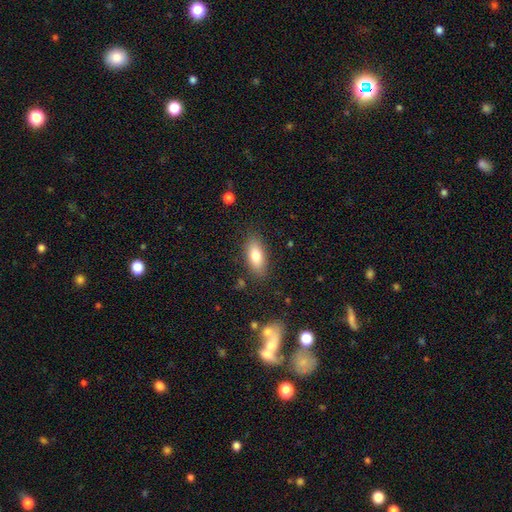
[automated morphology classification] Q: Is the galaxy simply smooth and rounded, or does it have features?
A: smooth — 80%.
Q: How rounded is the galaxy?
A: in between — 83%.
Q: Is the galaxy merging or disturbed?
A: none — 84%.